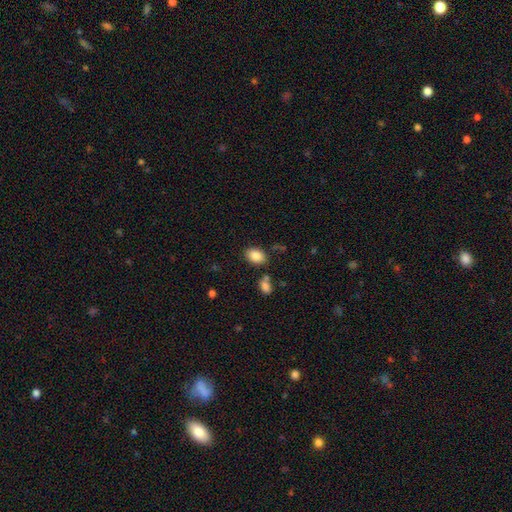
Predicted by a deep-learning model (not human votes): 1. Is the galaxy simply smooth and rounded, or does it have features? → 86% smooth, 8% star or artifact, 6% featured or disk.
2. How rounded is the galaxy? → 84% in between, 15% round, 1% cigar-shaped.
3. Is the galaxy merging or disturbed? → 78% none, 12% minor disturbance, 7% merger, 3% major disturbance.